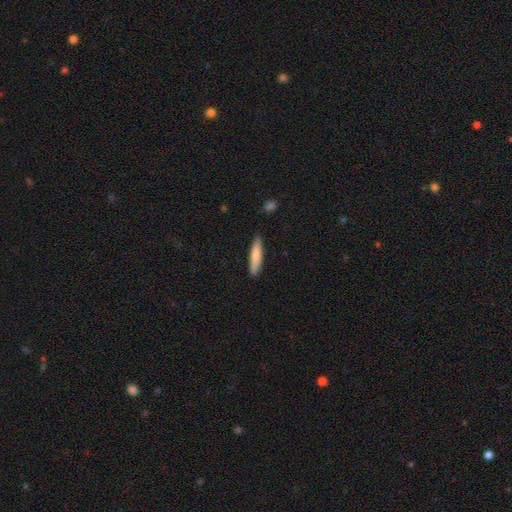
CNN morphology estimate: Smooth or featured? smooth (80%)
How rounded? cigar-shaped (86%)
Merging? none (87%)